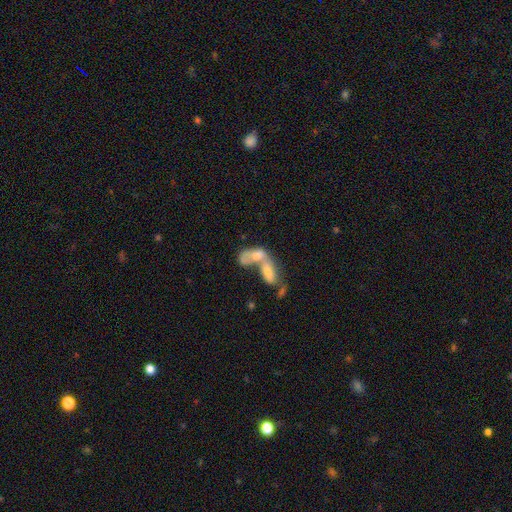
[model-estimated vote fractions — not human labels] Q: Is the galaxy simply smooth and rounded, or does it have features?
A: smooth — 60%.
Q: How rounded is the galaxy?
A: in between — 83%.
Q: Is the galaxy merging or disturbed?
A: merger — 77%.